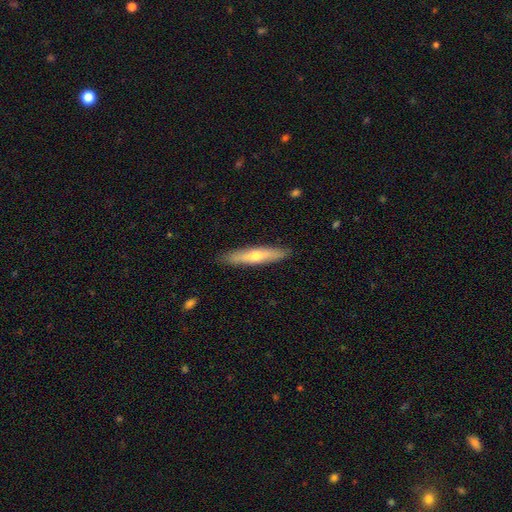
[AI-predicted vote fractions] This is possibly a smooth galaxy (50%). How rounded: clearly cigar-shaped (84%). Merging: clearly none (88%).